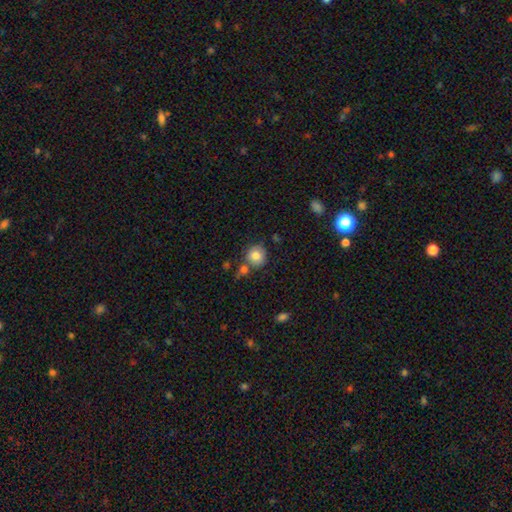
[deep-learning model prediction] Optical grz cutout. It shows a smooth galaxy with no disk features (81%) that is round (88%). Merging: none (68%).